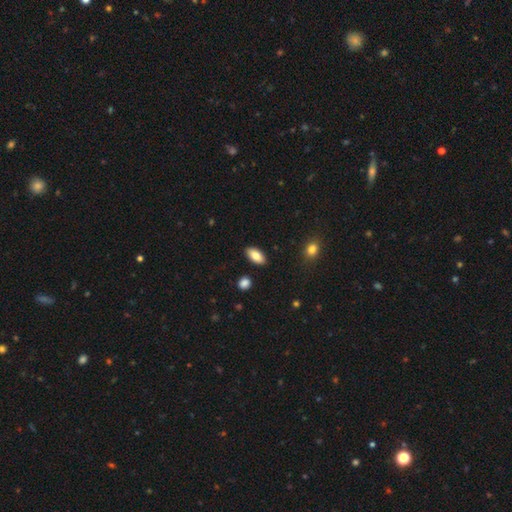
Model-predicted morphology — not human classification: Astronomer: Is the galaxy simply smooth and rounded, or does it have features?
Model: smooth — 83%.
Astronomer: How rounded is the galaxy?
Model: in between — 92%.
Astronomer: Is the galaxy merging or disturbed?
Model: none — 89%.